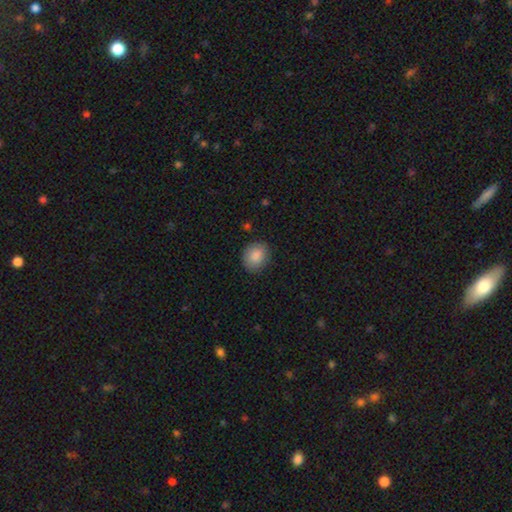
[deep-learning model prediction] smooth 87%, star or artifact 7%, featured or disk 5%. Down the decision tree: how rounded — round (59%); merging — none (85%).